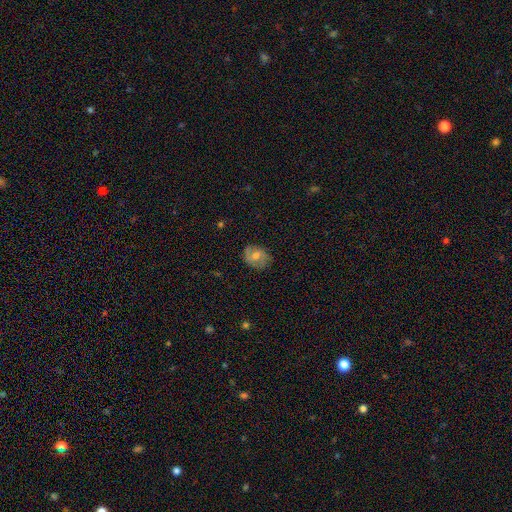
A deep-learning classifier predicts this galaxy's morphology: featured or disk 49%, smooth 41%, star or artifact 10%. Down the decision tree: merging — none (77%).